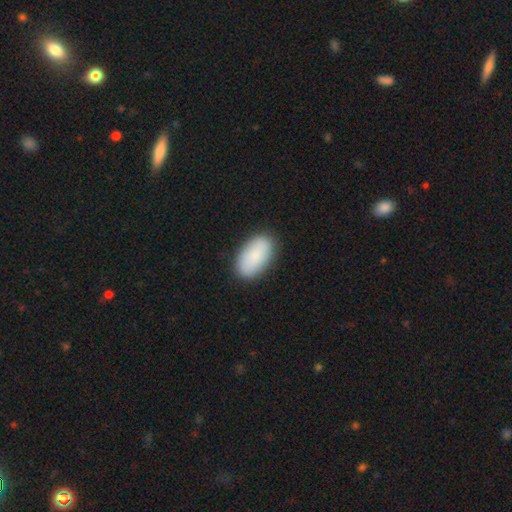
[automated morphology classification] Q: Smooth or featured?
A: smooth (88%); runner-up: featured or disk (6%)
Q: How rounded?
A: in between (95%); runner-up: round (3%)
Q: Merging?
A: none (87%); runner-up: minor disturbance (10%)